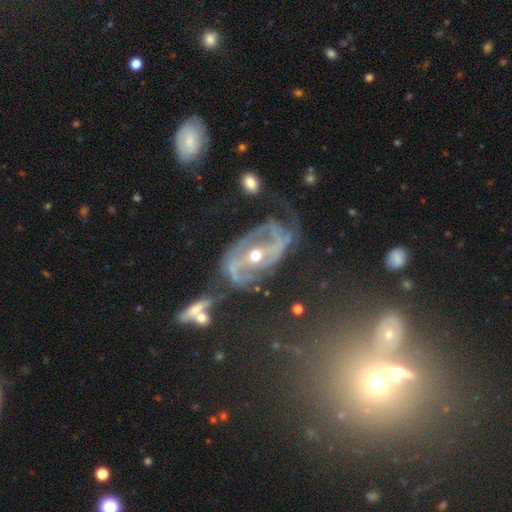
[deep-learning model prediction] Smooth or featured? featured or disk (86%)
Edge-on disk? no (95%)
Bar? strong (36%)
Spiral arms? yes (90%)
Spiral winding? medium (43%)
Spiral arm count? 2 (73%)
Bulge size? moderate (65%)
Merging? none (42%)